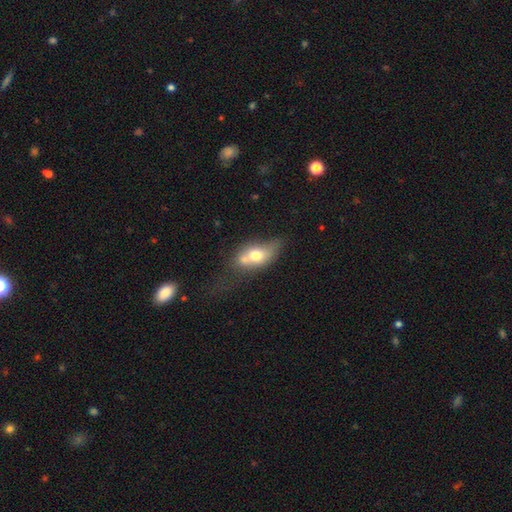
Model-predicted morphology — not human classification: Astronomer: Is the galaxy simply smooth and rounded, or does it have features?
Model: smooth — 62%.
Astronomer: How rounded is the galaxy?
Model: in between — 76%.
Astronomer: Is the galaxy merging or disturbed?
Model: merger — 41% (runner-up: none, 27%).